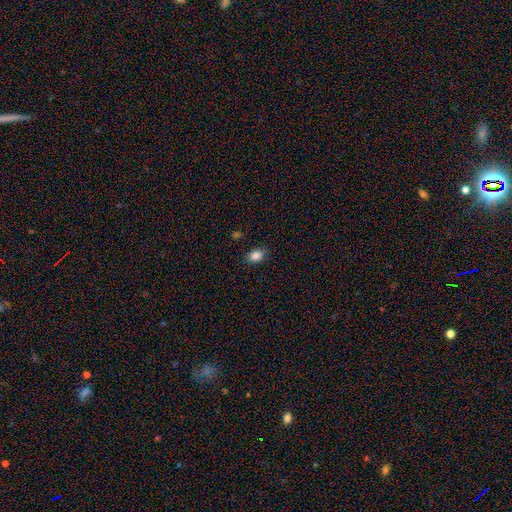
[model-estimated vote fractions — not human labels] A smooth galaxy with no disk features (86%) that is in between round and cigar-shaped (77%). Merging: none (83%).